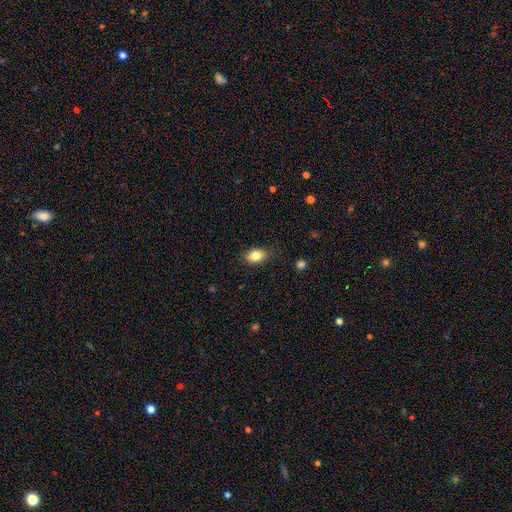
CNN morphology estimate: Smooth or featured? smooth (83%)
How rounded? in between (82%)
Merging? none (81%)